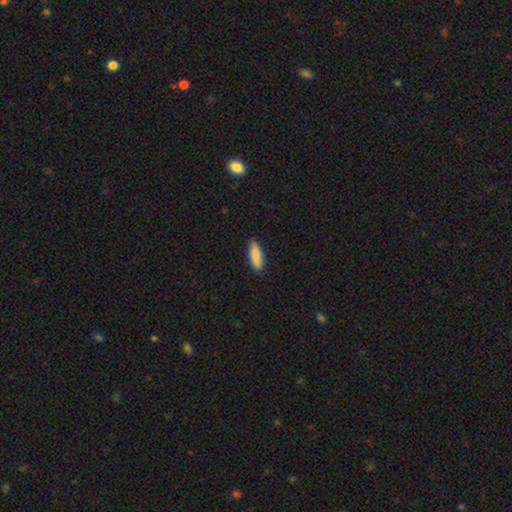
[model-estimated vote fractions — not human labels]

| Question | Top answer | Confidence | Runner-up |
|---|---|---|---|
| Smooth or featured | smooth | 88% | featured or disk (6%) |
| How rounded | in between | 59% | cigar-shaped (39%) |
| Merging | none | 87% | minor disturbance (10%) |